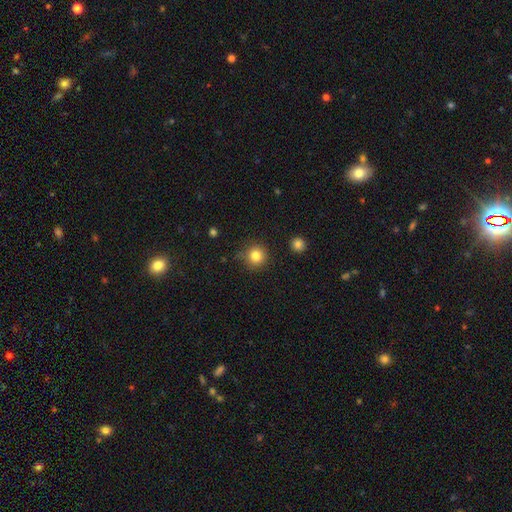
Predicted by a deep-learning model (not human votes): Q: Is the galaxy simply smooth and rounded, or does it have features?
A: smooth — 83%.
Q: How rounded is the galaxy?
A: round — 94%.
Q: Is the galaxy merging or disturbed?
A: none — 84%.